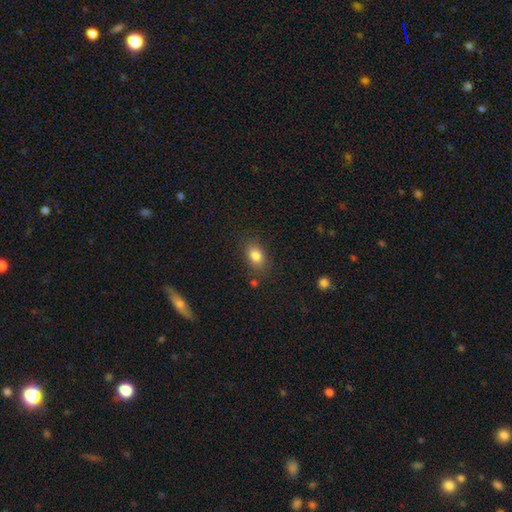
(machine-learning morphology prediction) Q: Smooth or featured?
A: smooth (83%); runner-up: star or artifact (10%)
Q: How rounded?
A: in between (77%); runner-up: round (21%)
Q: Merging?
A: none (79%); runner-up: minor disturbance (14%)